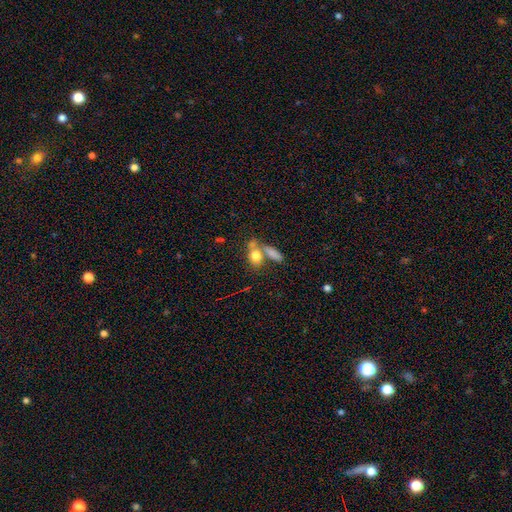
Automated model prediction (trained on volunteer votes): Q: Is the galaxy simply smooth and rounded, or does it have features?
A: smooth — 76%.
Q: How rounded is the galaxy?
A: in between — 66%.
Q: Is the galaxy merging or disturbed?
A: none — 43%.